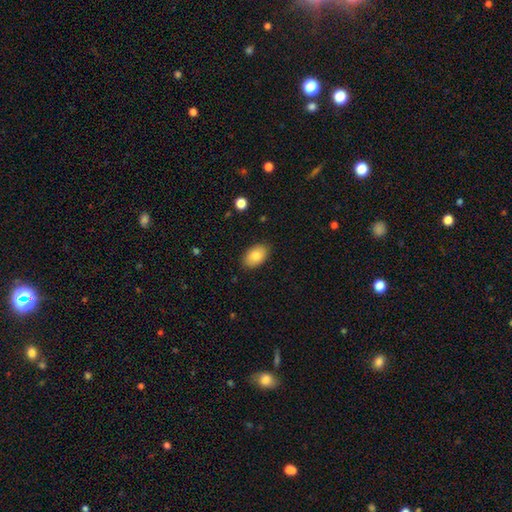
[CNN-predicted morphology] smooth-or-featured: smooth: 82% | featured or disk: 11% | star or artifact: 7%
  how-rounded: in between: 91% | round: 8% | cigar-shaped: 1%
  merging: none: 87% | minor disturbance: 10% | major disturbance: 2% | merger: 1%